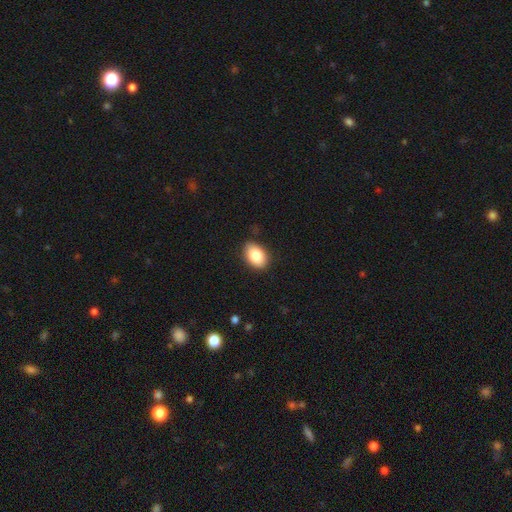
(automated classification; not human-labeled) Smooth or featured? Predicted: smooth (p=0.85). How rounded? Predicted: in between (p=0.86). Merging? Predicted: none (p=0.83).